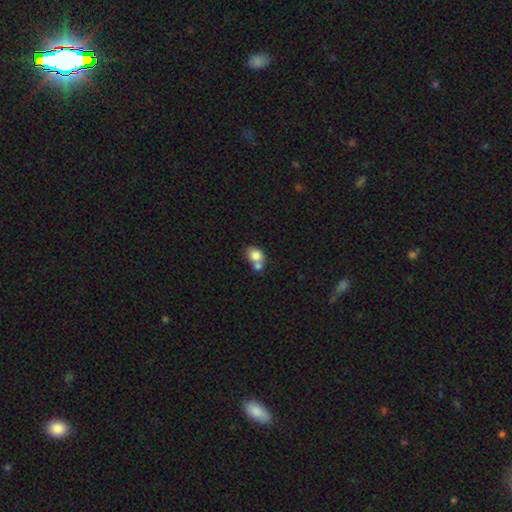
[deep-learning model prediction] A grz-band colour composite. It shows a smooth galaxy with no disk features (80%) that is round (57%). Merging: merger (52%).